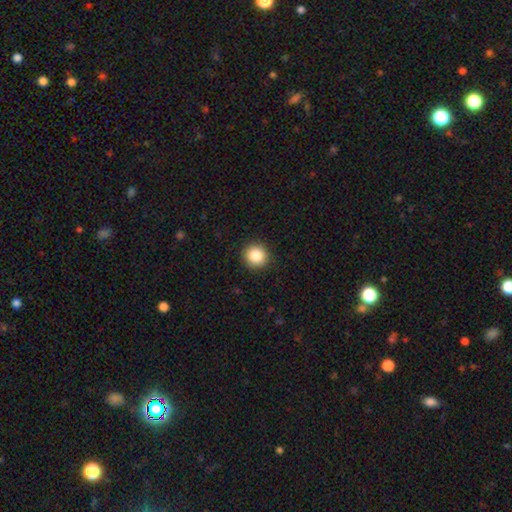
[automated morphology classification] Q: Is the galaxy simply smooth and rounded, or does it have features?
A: smooth — 86%.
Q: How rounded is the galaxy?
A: round — 93%.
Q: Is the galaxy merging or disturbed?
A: none — 92%.